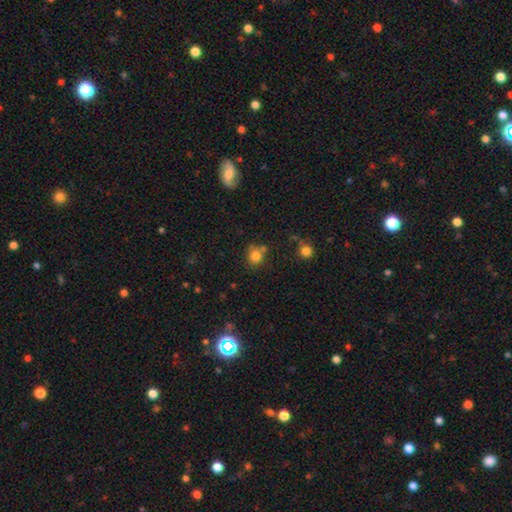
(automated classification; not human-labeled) Q: Smooth or featured?
A: smooth (81%); runner-up: star or artifact (13%)
Q: How rounded?
A: round (79%); runner-up: in between (20%)
Q: Merging?
A: none (65%); runner-up: merger (15%)